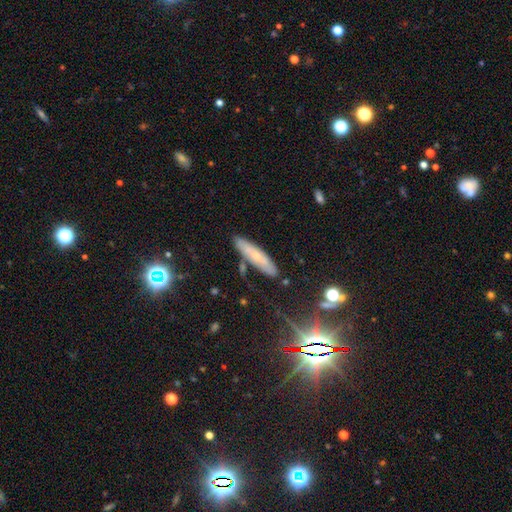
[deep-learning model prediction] Morphology: type=smooth (48%); merging=none (77%).